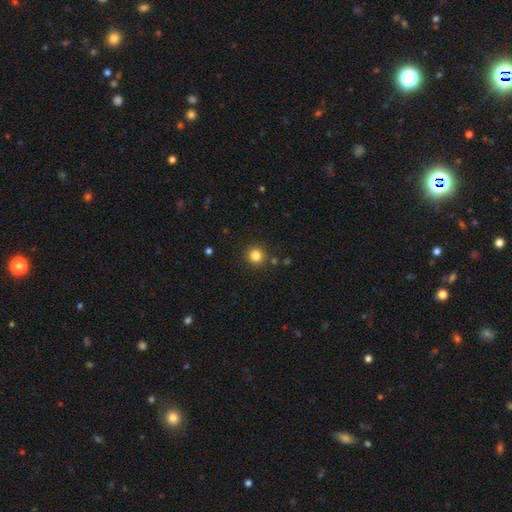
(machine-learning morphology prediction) This is clearly a smooth galaxy (83%). How rounded: clearly round (94%). Merging: clearly none (88%).